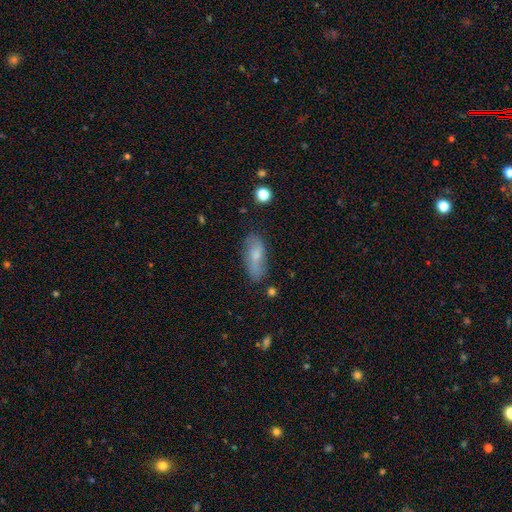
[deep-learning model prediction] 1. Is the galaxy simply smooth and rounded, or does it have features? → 57% smooth, 35% featured or disk, 9% star or artifact.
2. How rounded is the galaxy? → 76% in between, 21% cigar-shaped, 4% round.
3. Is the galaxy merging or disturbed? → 71% none, 21% minor disturbance, 5% major disturbance, 3% merger.